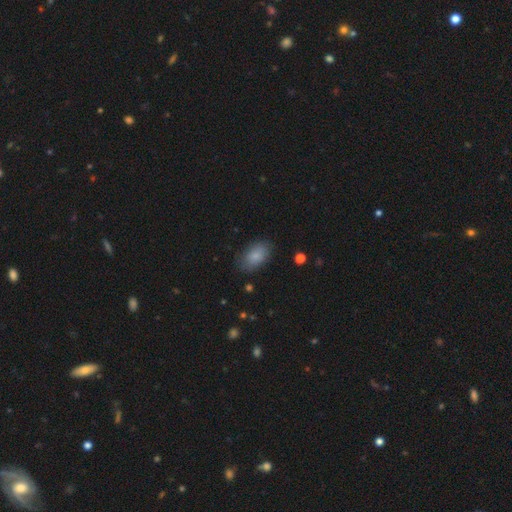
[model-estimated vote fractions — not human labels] The model was most divided on "merging": none: 78%, minor disturbance: 16%, major disturbance: 4%, merger: 1%. More confident: how rounded — in between (91%); smooth or featured — smooth (83%).